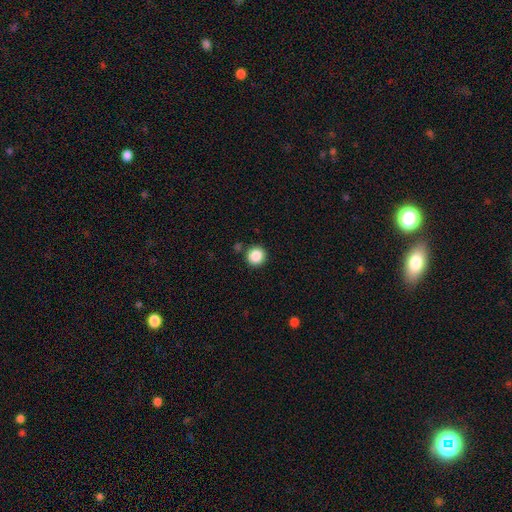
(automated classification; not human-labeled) A smooth galaxy with no disk features (87%) that is round (95%). Merging: none (87%).